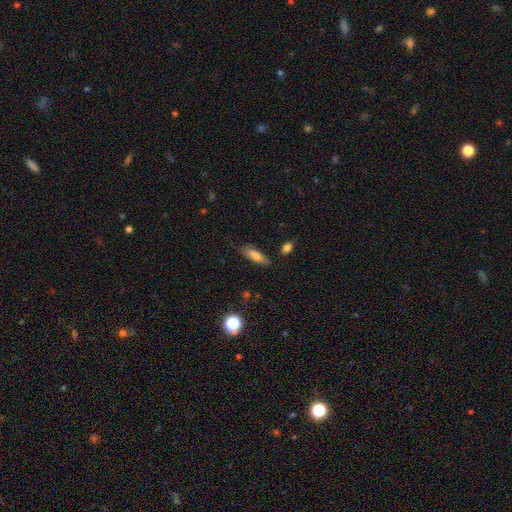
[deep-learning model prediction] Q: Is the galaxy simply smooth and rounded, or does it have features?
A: smooth — 71%.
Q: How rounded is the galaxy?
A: in between — 61%.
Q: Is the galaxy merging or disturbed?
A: none — 66%.